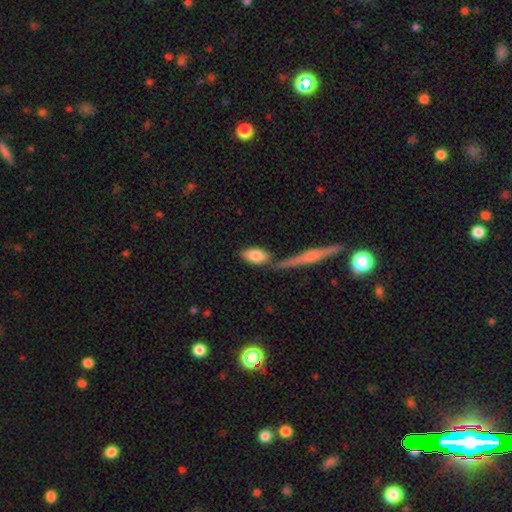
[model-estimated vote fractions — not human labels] A smooth galaxy with no disk features (80%) that is in between round and cigar-shaped (90%). Merging: none (63%).